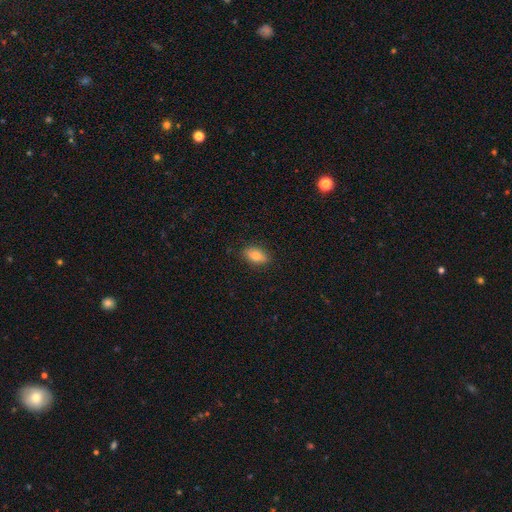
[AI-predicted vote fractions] Smooth or featured?
  - smooth: 81% *
  - featured or disk: 11%
  - star or artifact: 8%
How rounded?
  - in between: 88% *
  - round: 6%
  - cigar-shaped: 6%
Merging?
  - none: 85% *
  - minor disturbance: 12%
  - major disturbance: 2%
  - merger: 1%